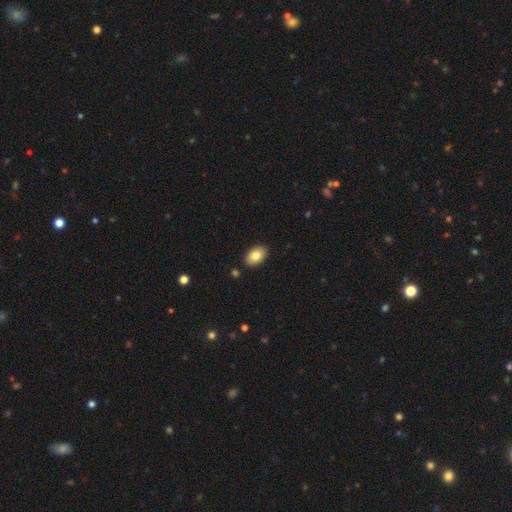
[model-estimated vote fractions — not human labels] This is clearly a smooth galaxy (81%). How rounded: clearly in between (88%). Merging: clearly none (88%).